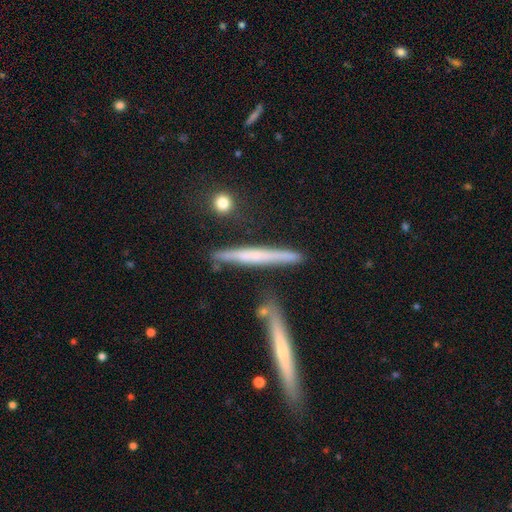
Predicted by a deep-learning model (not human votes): A featured or disk galaxy (54%) viewed edge-on (96%) with no central bulge (70%).

Vote fractions:
- Smooth or featured? featured or disk: 54% / smooth: 40% / star or artifact: 7%
- Edge-on disk? yes: 96% / no: 4%
- Edge-on bulge? none: 70% / rounded: 22% / boxy: 8%
- Merging? none: 81% / minor disturbance: 11% / merger: 7% / major disturbance: 2%